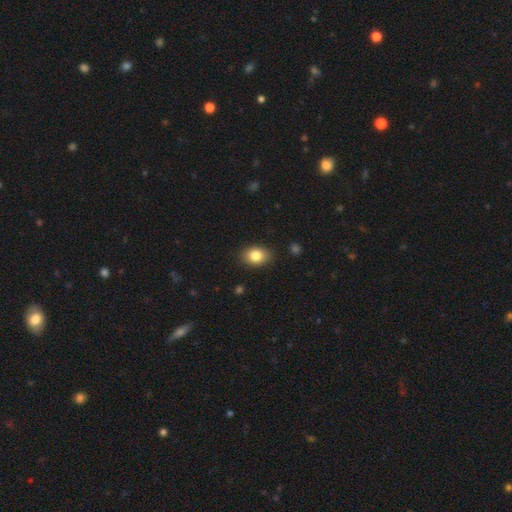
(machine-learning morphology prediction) smooth 83%, star or artifact 9%, featured or disk 8%. Down the decision tree: how rounded — in between (70%); merging — none (87%).